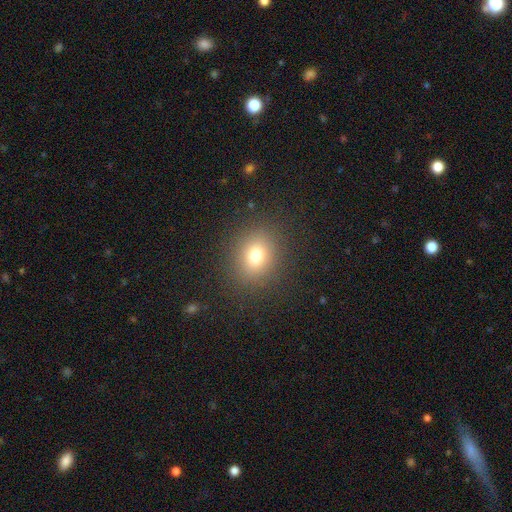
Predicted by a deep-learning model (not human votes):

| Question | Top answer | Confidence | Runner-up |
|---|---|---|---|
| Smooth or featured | smooth | 76% | star or artifact (14%) |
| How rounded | round | 61% | in between (38%) |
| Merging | none | 88% | minor disturbance (8%) |